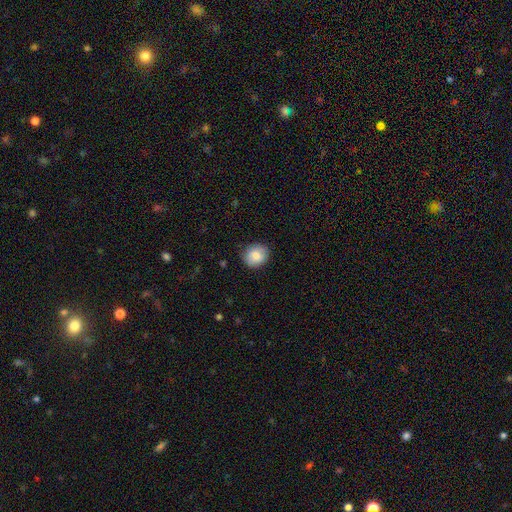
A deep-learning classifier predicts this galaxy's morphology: Smooth or featured?
  - smooth: 81% *
  - featured or disk: 11%
  - star or artifact: 8%
How rounded?
  - round: 79% *
  - in between: 21%
  - cigar-shaped: 1%
Merging?
  - none: 86% *
  - minor disturbance: 11%
  - major disturbance: 2%
  - merger: 1%